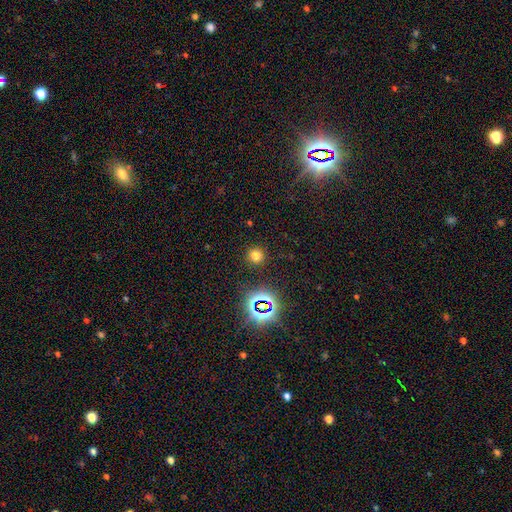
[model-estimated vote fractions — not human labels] Smooth or featured? Predicted: smooth (p=0.70). How rounded? Predicted: round (p=0.93). Merging? Predicted: none (p=0.90).